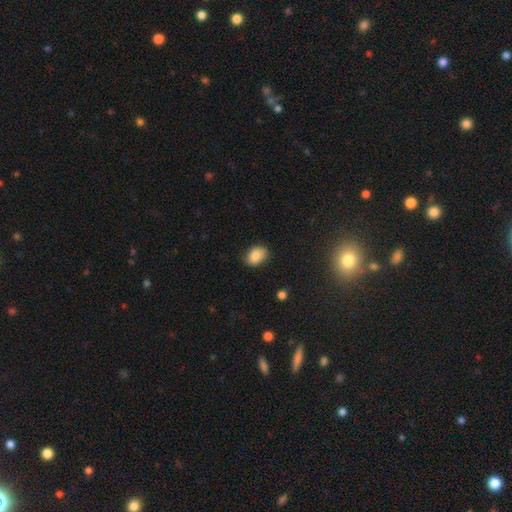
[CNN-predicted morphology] The model was most divided on "how rounded": in between: 76%, round: 23%, cigar-shaped: 1%. More confident: smooth or featured — smooth (86%); merging — none (77%).